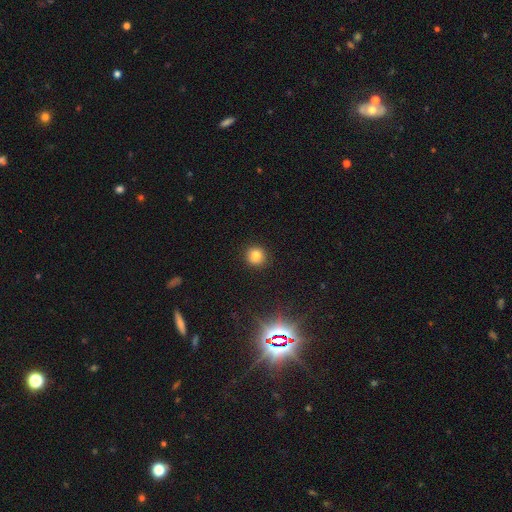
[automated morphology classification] Smooth or featured? smooth (80%)
How rounded? round (93%)
Merging? none (92%)